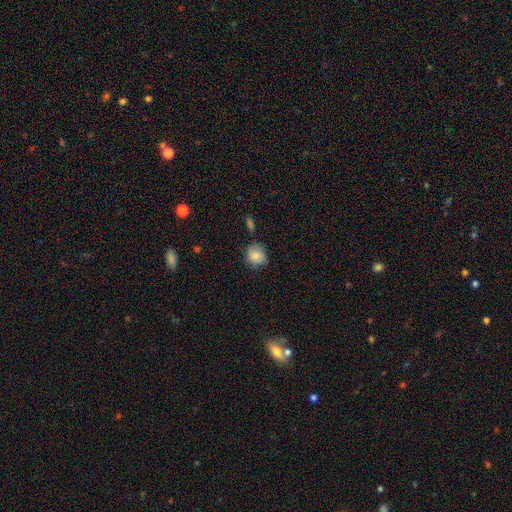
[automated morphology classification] Smooth or featured? Predicted: smooth (p=0.82). How rounded? Predicted: round (p=0.75). Merging? Predicted: none (p=0.67).